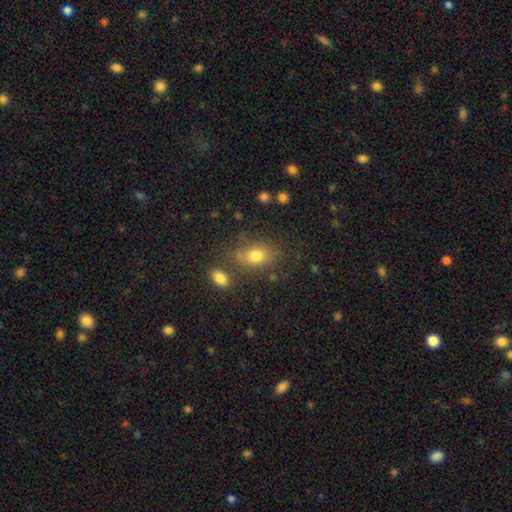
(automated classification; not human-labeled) smooth-or-featured: smooth: 77% | featured or disk: 12% | star or artifact: 11%
  how-rounded: in between: 78% | round: 19% | cigar-shaped: 3%
  merging: none: 67% | minor disturbance: 16% | merger: 11% | major disturbance: 6%